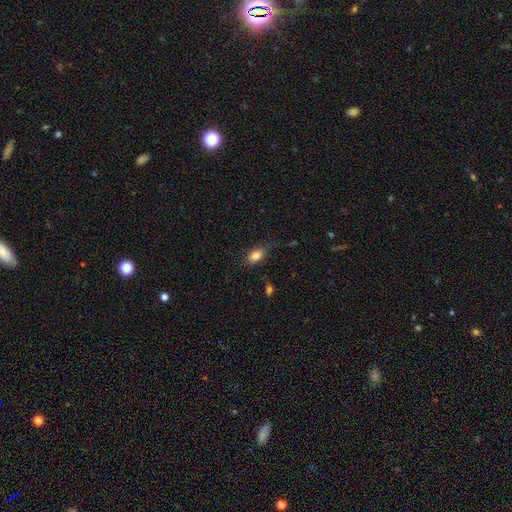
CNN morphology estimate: This is clearly a smooth galaxy (82%). How rounded: clearly in between (86%). Merging: likely none (73%).